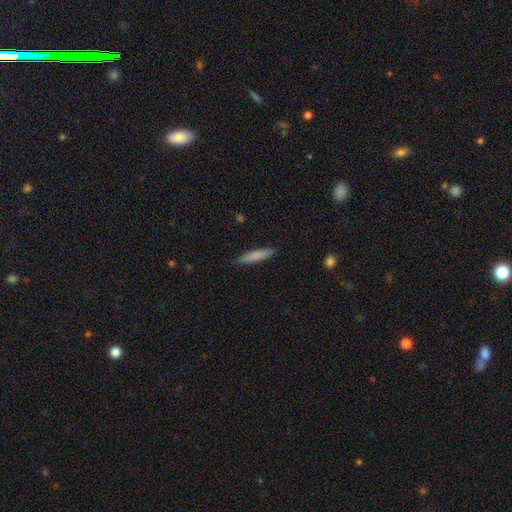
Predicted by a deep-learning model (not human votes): Smooth or featured: smooth — 78% (featured or disk — 16%)
How rounded: cigar-shaped — 89% (in between — 10%)
Merging: none — 89% (minor disturbance — 8%)